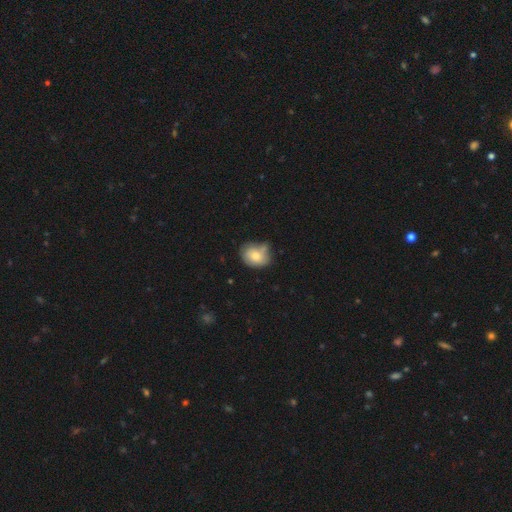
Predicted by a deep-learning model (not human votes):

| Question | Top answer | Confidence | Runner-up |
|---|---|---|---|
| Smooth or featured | smooth | 73% | featured or disk (19%) |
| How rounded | round | 51% | in between (48%) |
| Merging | none | 51% | minor disturbance (32%) |